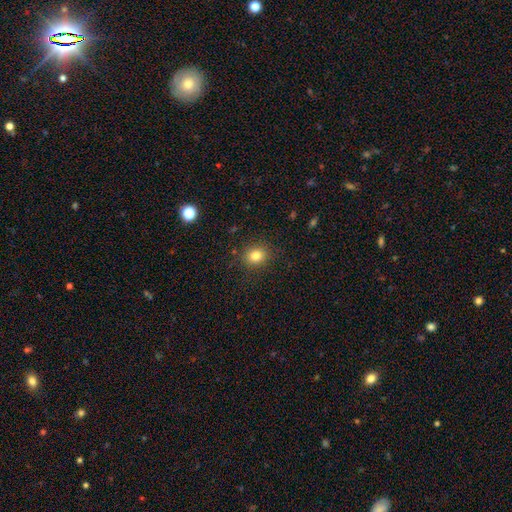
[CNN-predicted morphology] Smooth or featured: smooth — 82% (star or artifact — 12%)
How rounded: round — 69% (in between — 30%)
Merging: none — 88% (minor disturbance — 8%)